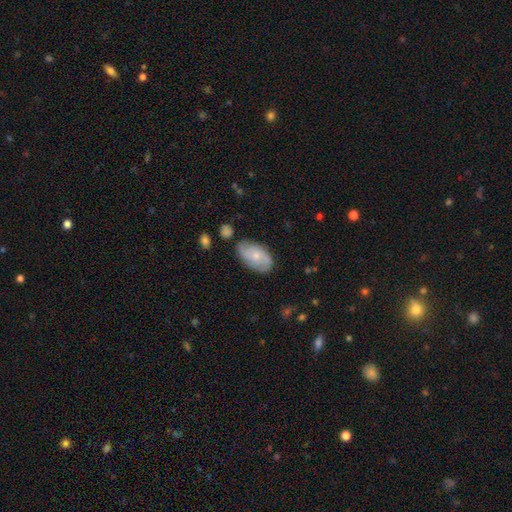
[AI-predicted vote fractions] Smooth or featured? featured or disk (54%)
Edge-on disk? no (95%)
Bar? no (73%)
Spiral arms? yes (85%)
Bulge size? small (62%)
Merging? none (70%)